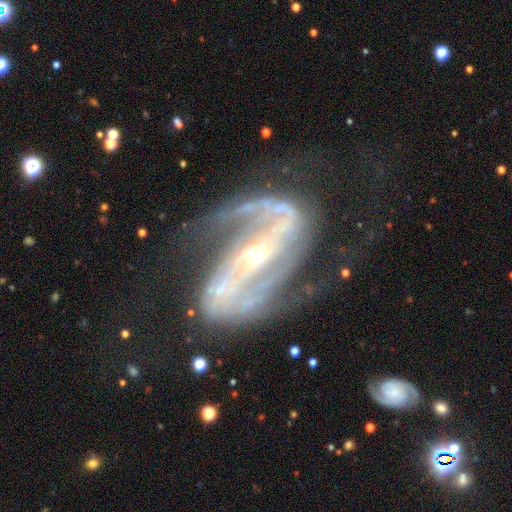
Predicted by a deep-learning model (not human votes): A featured or disk galaxy (92%) with a strong bar (69%), 2 (91%) medium (52%) spiral arms (98%) and a small central bulge (65%). Merging: none (60%).